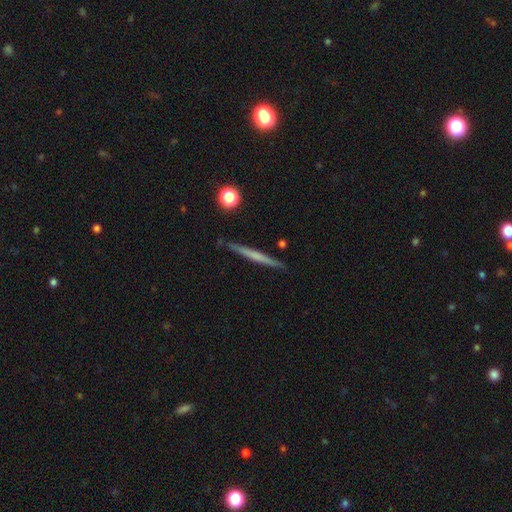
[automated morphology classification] This is possibly a featured or disk galaxy (48%). Merging: clearly none (90%).